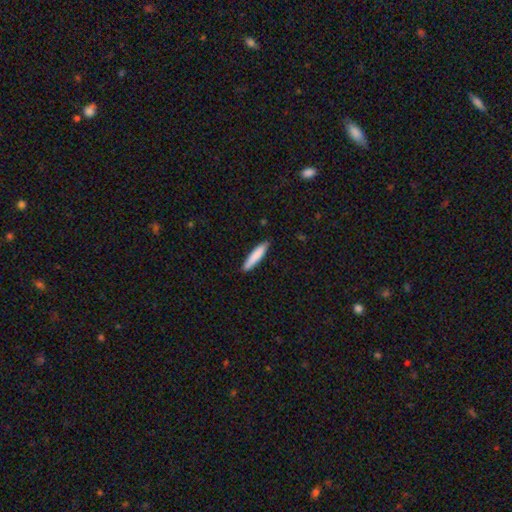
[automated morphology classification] Smooth or featured? smooth (83%)
How rounded? cigar-shaped (87%)
Merging? none (87%)